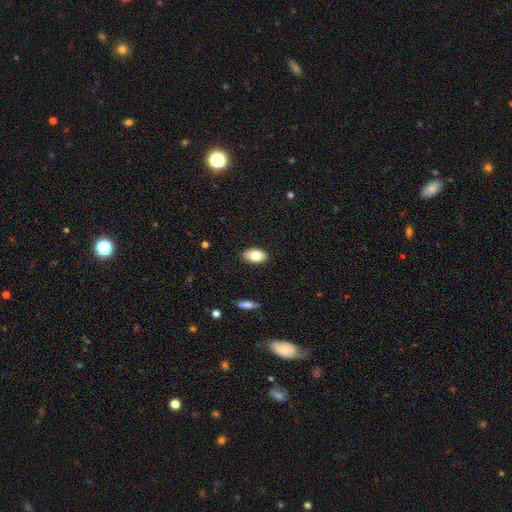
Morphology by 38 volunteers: smooth-or-featured: smooth: 84% | featured or disk: 11% | star or artifact: 5%
  how-rounded: in between: 91% | round: 9% | cigar-shaped: 0%
  merging: none: 94% | minor disturbance: 6% | major disturbance: 0% | merger: 0%